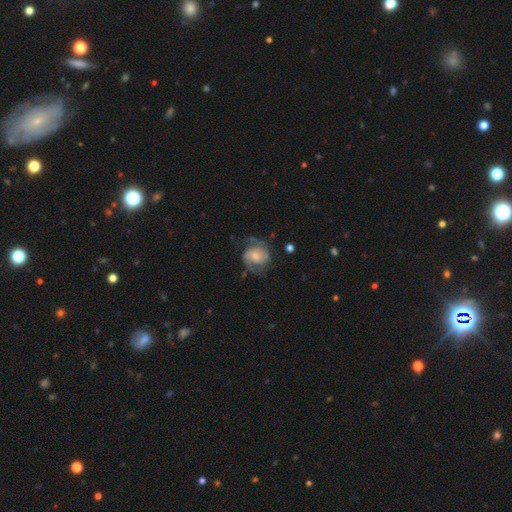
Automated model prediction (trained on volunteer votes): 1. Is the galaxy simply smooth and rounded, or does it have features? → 65% featured or disk, 28% smooth, 7% star or artifact.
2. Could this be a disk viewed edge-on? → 97% no, 3% yes.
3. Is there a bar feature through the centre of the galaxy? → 60% no, 33% weak, 7% strong.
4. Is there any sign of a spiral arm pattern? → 83% yes, 17% no.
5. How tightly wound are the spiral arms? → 45% medium, 30% tight, 25% loose.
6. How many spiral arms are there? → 71% 2, 15% can't tell, 5% 1, 5% 3, 2% 4, 2% more than 4.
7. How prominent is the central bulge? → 43% small, 39% moderate, 8% large, 8% none, 2% dominant.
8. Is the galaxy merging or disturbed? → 54% none, 23% minor disturbance, 21% major disturbance, 2% merger.